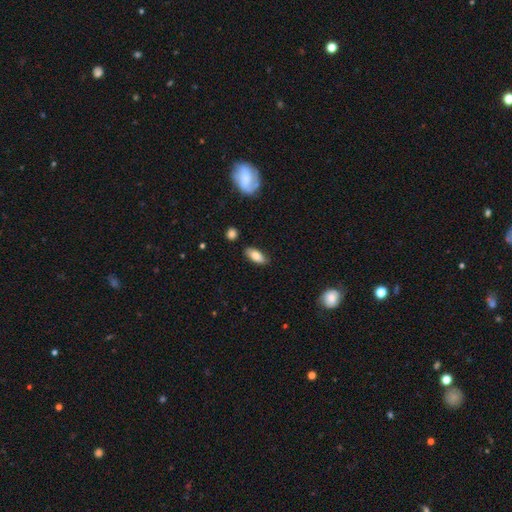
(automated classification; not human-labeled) smooth-or-featured: smooth: 77% | featured or disk: 16% | star or artifact: 7%
  how-rounded: in between: 85% | cigar-shaped: 13% | round: 3%
  merging: none: 83% | minor disturbance: 13% | major disturbance: 2% | merger: 2%